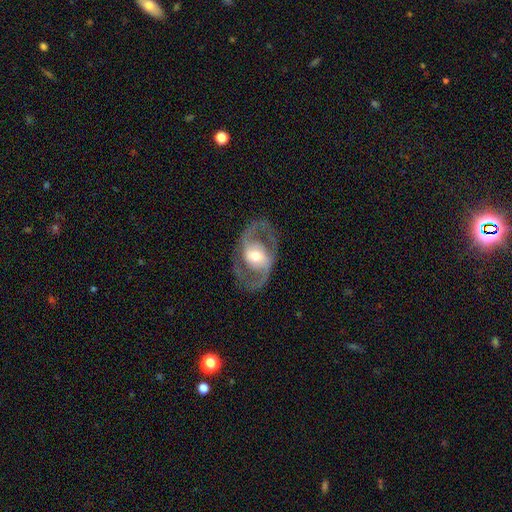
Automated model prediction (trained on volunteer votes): The model was most divided on "bar": weak: 37%, no: 34%, strong: 28%. More confident: edge-on disk — no (96%); spiral arm count — 2 (91%); spiral arms — yes (87%); smooth or featured — featured or disk (86%); merging — none (81%); bulge size — moderate (64%); spiral winding — medium (58%).